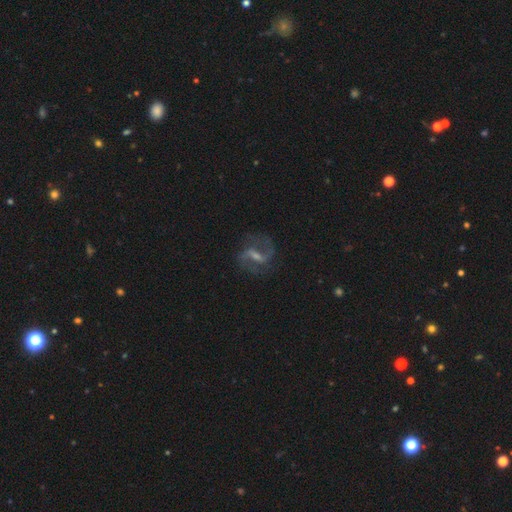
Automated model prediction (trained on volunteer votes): Morphology: type=featured or disk (85%); edge-on=no (96%); bar=weak (47%); spiral arms=yes (95%); winding=loose (46%); arm count=2 (88%); bulge=small (48%); merging=none (74%).